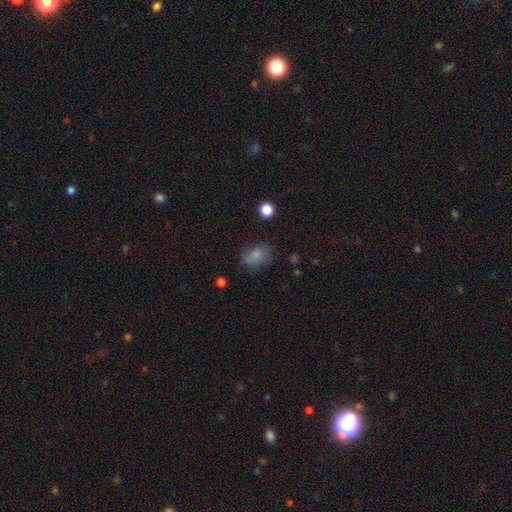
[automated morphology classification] Smooth or featured?
  - smooth: 76% *
  - featured or disk: 12%
  - star or artifact: 11%
How rounded?
  - in between: 77% *
  - round: 22%
  - cigar-shaped: 1%
Merging?
  - none: 61% *
  - minor disturbance: 25%
  - major disturbance: 10%
  - merger: 4%